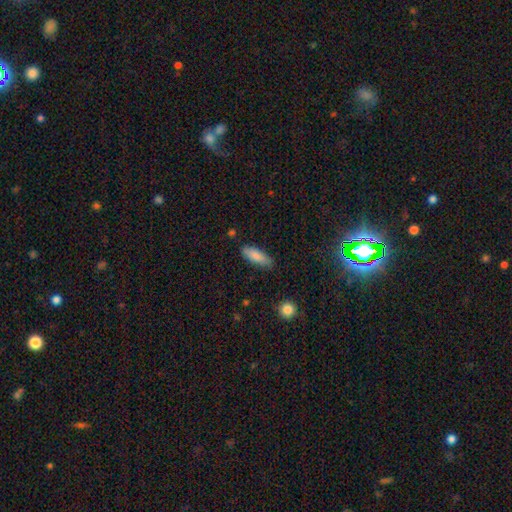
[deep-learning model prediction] smooth-or-featured: smooth: 84% | featured or disk: 10% | star or artifact: 6%
  how-rounded: in between: 65% | cigar-shaped: 33% | round: 2%
  merging: none: 80% | minor disturbance: 15% | major disturbance: 3% | merger: 2%